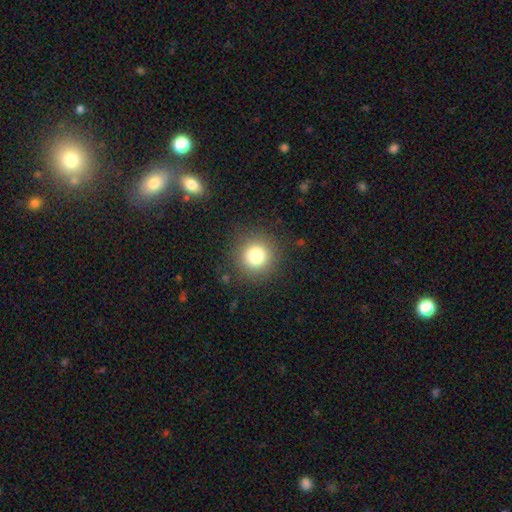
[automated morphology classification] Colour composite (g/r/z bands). It shows a smooth galaxy with no disk features (80%) that is round (95%). Merging: none (88%).